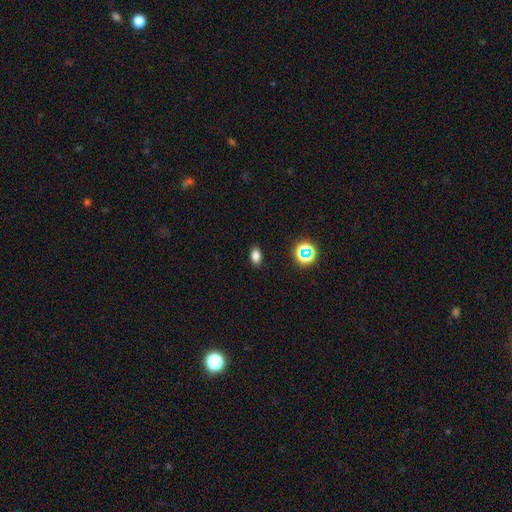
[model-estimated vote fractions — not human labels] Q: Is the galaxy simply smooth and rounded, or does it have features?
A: smooth — 77%.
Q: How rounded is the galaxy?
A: in between — 86%.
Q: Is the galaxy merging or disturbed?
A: none — 89%.